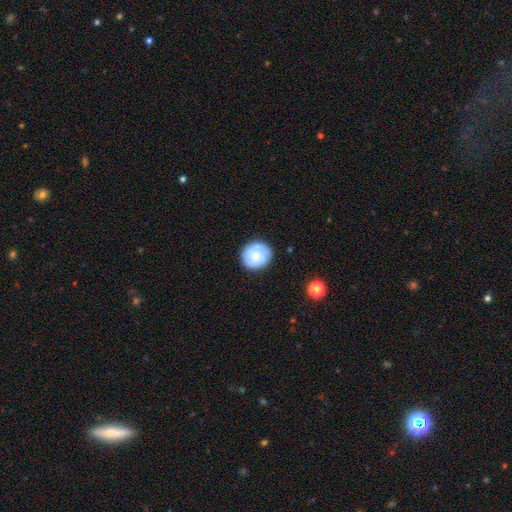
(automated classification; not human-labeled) smooth_or_featured: smooth (p=0.61) [alt: featured or disk p=0.32]
how_rounded: round (p=0.84) [alt: in between p=0.15]
merging: none (p=0.80) [alt: minor disturbance p=0.15]